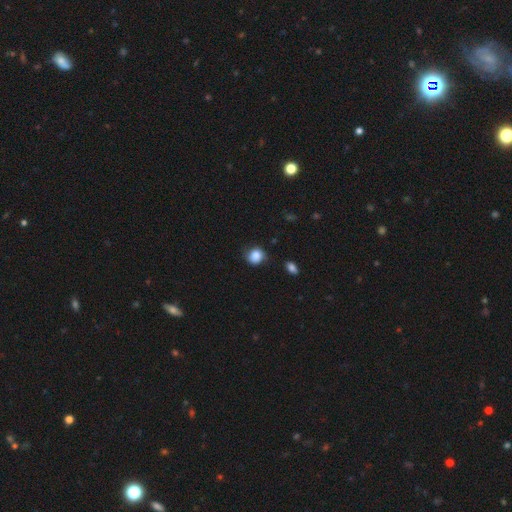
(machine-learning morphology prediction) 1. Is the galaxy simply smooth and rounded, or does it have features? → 83% smooth, 9% star or artifact, 8% featured or disk.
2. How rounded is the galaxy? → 79% round, 20% in between, 1% cigar-shaped.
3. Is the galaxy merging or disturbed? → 70% none, 23% minor disturbance, 5% major disturbance, 2% merger.